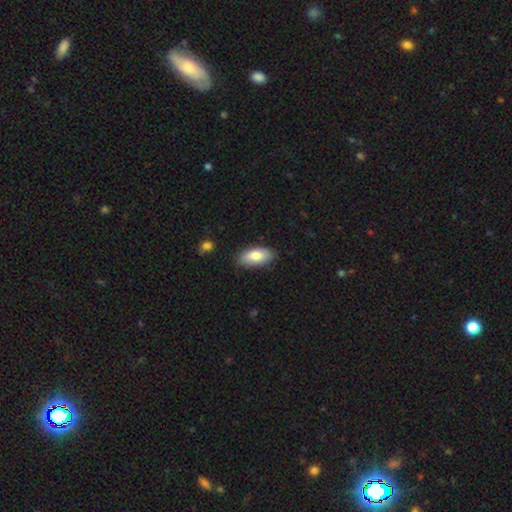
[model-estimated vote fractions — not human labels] The model was most divided on "smooth or featured": smooth: 77%, featured or disk: 17%, star or artifact: 6%. More confident: how rounded — in between (90%); merging — none (85%).